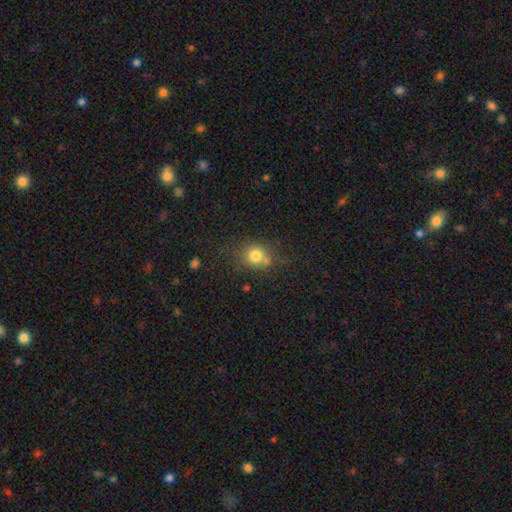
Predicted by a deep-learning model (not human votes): A smooth galaxy with no disk features (77%) that is round (76%).

Vote fractions:
- Smooth or featured? smooth: 77% / star or artifact: 13% / featured or disk: 10%
- How rounded? round: 76% / in between: 22% / cigar-shaped: 1%
- Merging? none: 65% / minor disturbance: 16% / merger: 12% / major disturbance: 6%